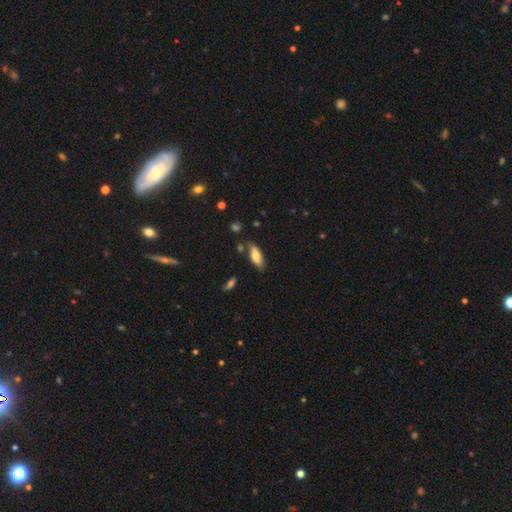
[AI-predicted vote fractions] Smooth or featured?
  - smooth: 74% *
  - featured or disk: 20%
  - star or artifact: 7%
How rounded?
  - in between: 70% *
  - cigar-shaped: 28%
  - round: 2%
Merging?
  - none: 74% *
  - minor disturbance: 18%
  - merger: 5%
  - major disturbance: 3%